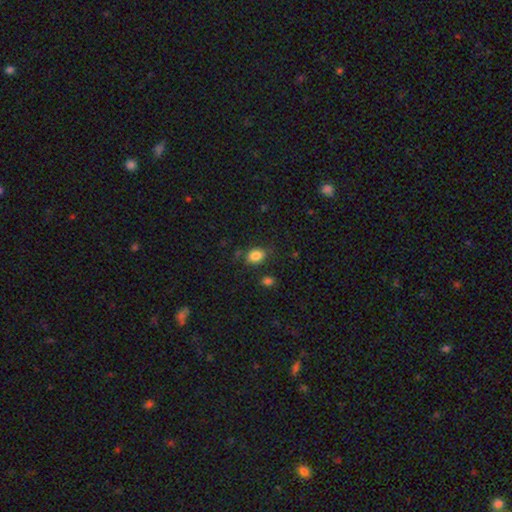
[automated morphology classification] Overall: smooth (84%). How rounded: in between (70%). Merging: none (75%).